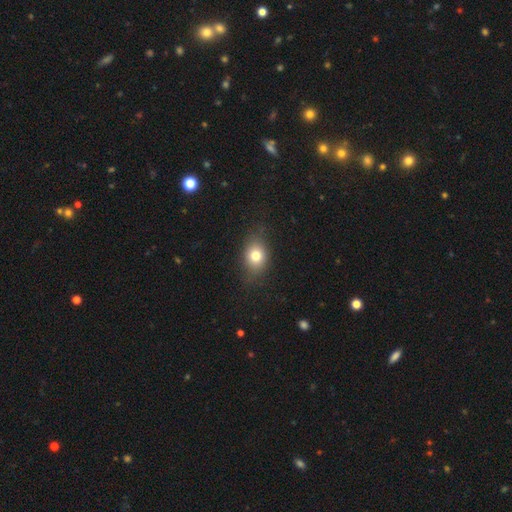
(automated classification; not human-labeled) The model was most divided on "how rounded": in between: 60%, round: 38%, cigar-shaped: 2%. More confident: smooth or featured — smooth (76%); merging — none (74%).